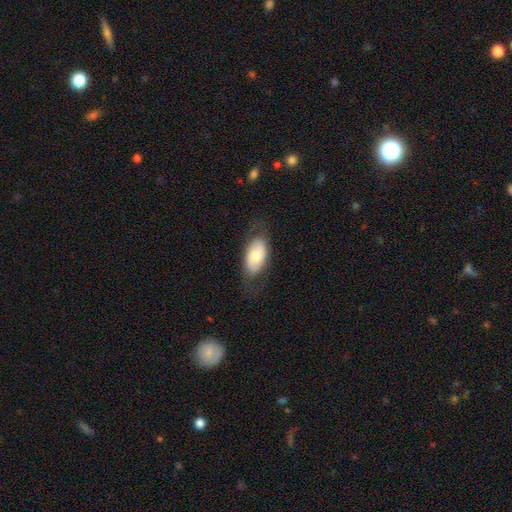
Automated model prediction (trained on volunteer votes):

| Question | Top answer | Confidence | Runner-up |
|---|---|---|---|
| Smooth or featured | smooth | 65% | featured or disk (28%) |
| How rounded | in between | 93% | round (4%) |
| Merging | none | 70% | minor disturbance (19%) |